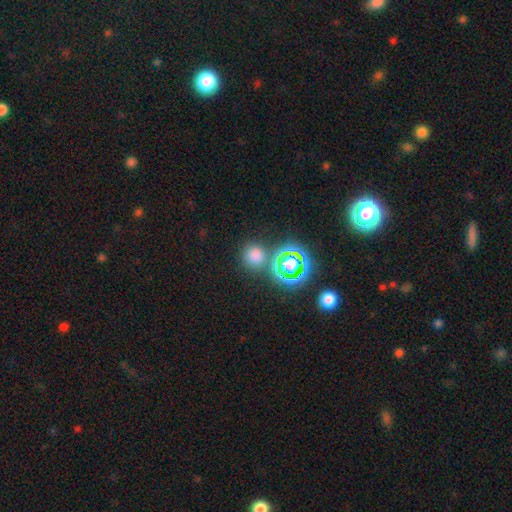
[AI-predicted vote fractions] smooth-or-featured: smooth: 65% | star or artifact: 28% | featured or disk: 6%
  how-rounded: round: 88% | in between: 10% | cigar-shaped: 1%
  merging: none: 77% | merger: 10% | minor disturbance: 9% | major disturbance: 4%